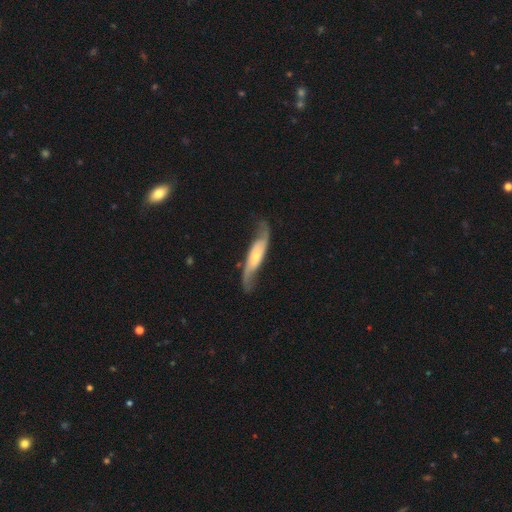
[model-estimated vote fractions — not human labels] smooth-or-featured: featured or disk: 73% | smooth: 22% | star or artifact: 5%
  disk-edge-on: no: 73% | yes: 27%
    bar: no: 58% | weak: 28% | strong: 14%
    has-spiral-arms: yes: 91% | no: 9%
    bulge-size: small: 53% | moderate: 34% | large: 5% | none: 5% | dominant: 2%
  merging: none: 67% | minor disturbance: 20% | major disturbance: 10% | merger: 2%